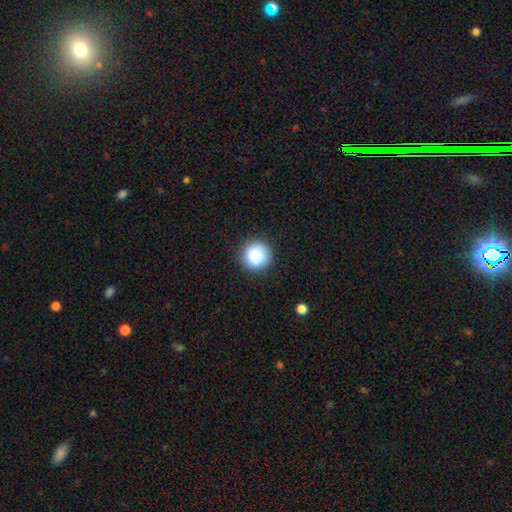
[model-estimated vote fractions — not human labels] Overall: smooth (88%). How rounded: round (95%). Merging: none (89%).